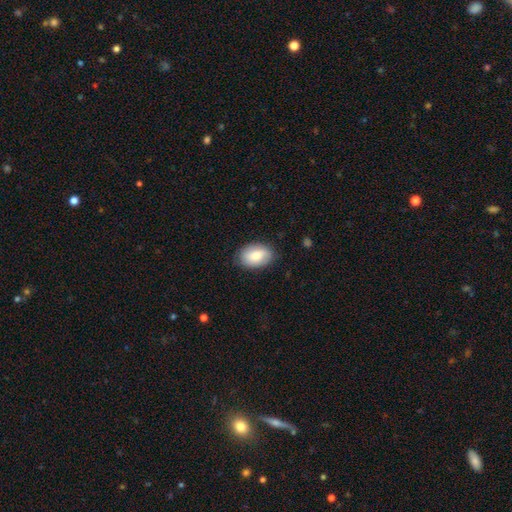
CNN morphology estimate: Smooth or featured? smooth (74%)
How rounded? in between (86%)
Merging? none (82%)